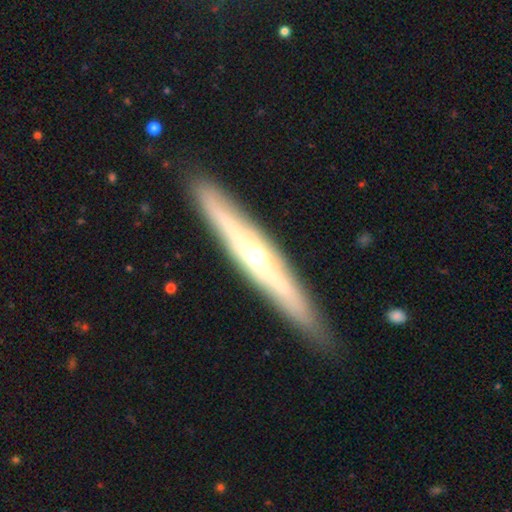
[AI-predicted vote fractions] Q: Smooth or featured?
A: featured or disk (74%); runner-up: smooth (21%)
Q: Edge-on disk?
A: yes (89%); runner-up: no (11%)
Q: Edge-on bulge?
A: rounded (75%); runner-up: none (19%)
Q: Merging?
A: none (88%); runner-up: minor disturbance (9%)